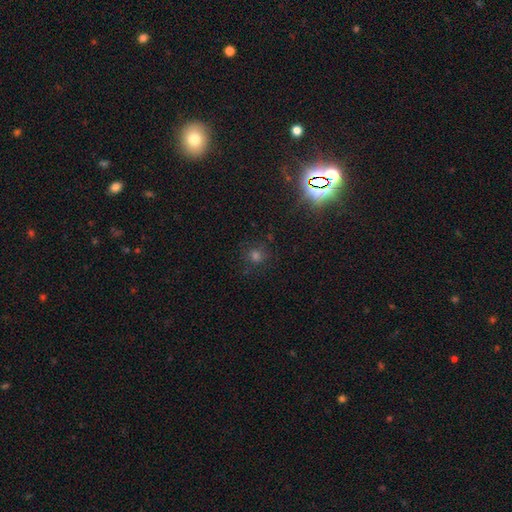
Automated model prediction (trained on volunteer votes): This is possibly a smooth galaxy (49%). Merging: clearly none (82%).